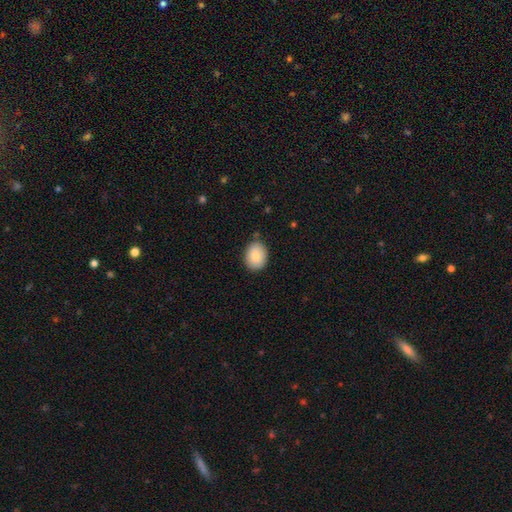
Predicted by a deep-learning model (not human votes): Morphology: type=smooth (84%); roundness=in between (61%); merging=none (80%).